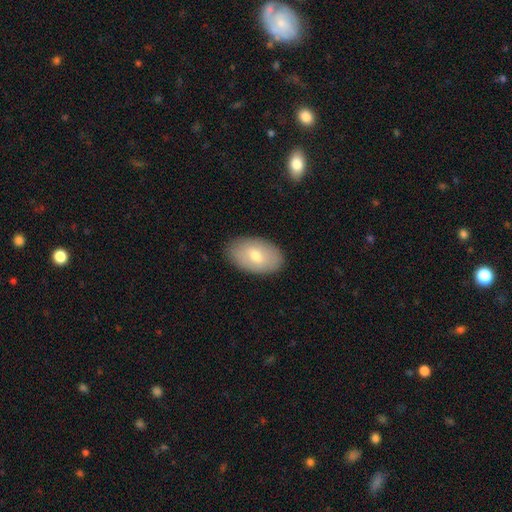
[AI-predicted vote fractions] Morphology: type=smooth (67%); roundness=in between (93%); merging=none (87%).